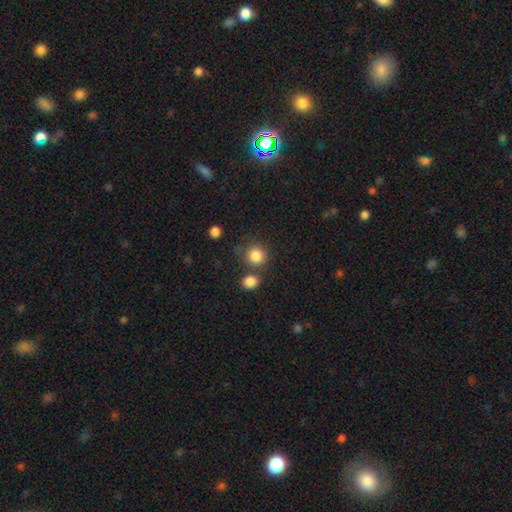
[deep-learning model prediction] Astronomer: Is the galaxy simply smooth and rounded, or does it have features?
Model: smooth — 84%.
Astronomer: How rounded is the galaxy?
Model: round — 88%.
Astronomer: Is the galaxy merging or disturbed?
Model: none — 68%.